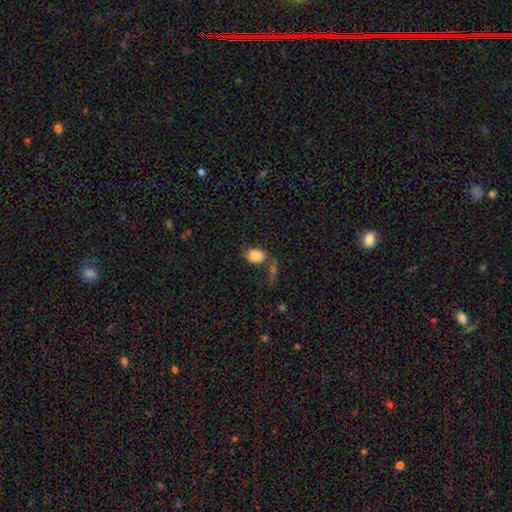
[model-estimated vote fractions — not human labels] smooth-or-featured: smooth: 85% | star or artifact: 9% | featured or disk: 6%
  how-rounded: in between: 76% | round: 22% | cigar-shaped: 2%
  merging: none: 57% | merger: 18% | minor disturbance: 16% | major disturbance: 9%